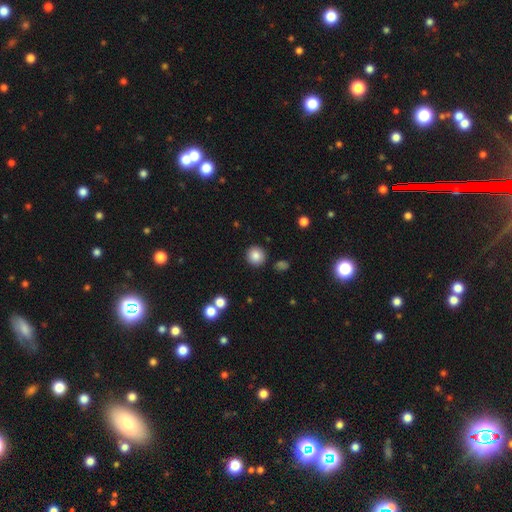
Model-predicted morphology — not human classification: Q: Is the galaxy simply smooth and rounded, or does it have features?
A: smooth — 85%.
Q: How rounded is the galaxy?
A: round — 92%.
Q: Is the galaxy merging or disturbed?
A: none — 89%.